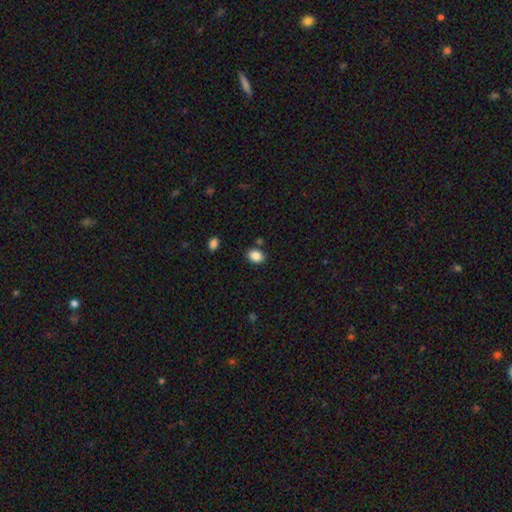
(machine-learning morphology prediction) This is clearly a smooth galaxy (87%). How rounded: likely in between (64%). Merging: clearly none (82%).